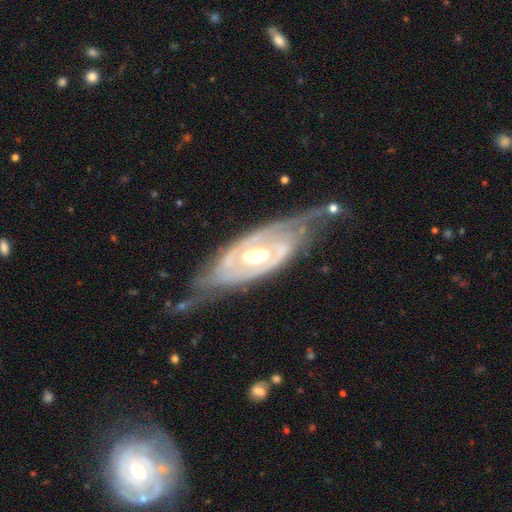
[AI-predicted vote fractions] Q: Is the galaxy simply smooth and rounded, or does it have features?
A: featured or disk — 85%.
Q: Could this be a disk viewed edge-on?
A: no — 85%.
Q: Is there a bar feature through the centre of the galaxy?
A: no — 65%.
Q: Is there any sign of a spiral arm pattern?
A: yes — 70%.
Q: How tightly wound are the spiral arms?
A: tight — 56%.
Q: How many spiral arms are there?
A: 2 — 50%.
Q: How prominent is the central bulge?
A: moderate — 69%.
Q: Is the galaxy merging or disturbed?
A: none — 55%.